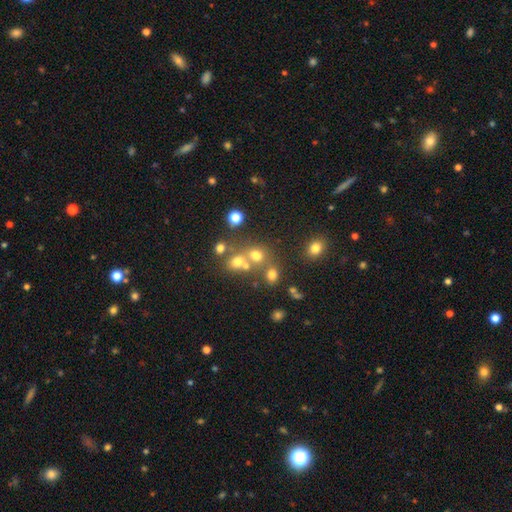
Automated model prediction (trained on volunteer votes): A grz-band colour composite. It shows a smooth galaxy with no disk features (44%). Merging: none (50%).